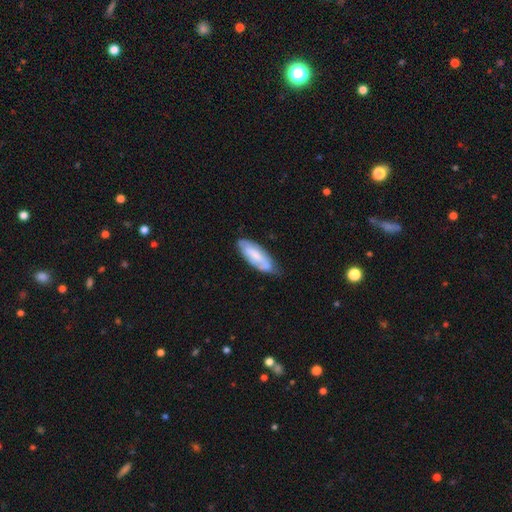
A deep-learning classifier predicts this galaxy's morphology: type=smooth (55%); roundness=in between (66%); merging=none (61%).